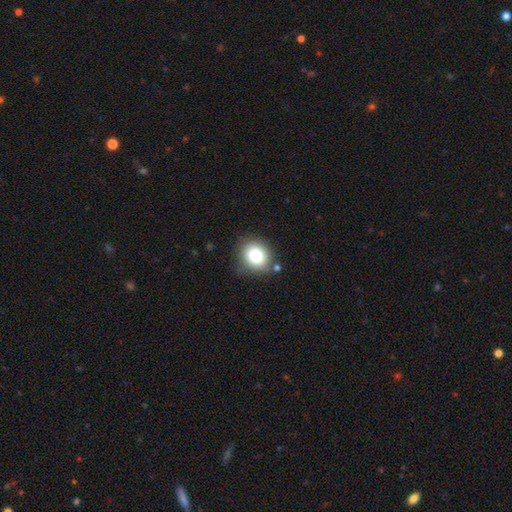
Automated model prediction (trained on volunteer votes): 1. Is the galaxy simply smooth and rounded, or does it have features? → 83% smooth, 10% star or artifact, 7% featured or disk.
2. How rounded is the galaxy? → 65% round, 34% in between, 1% cigar-shaped.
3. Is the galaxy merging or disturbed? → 77% none, 15% minor disturbance, 4% merger, 4% major disturbance.